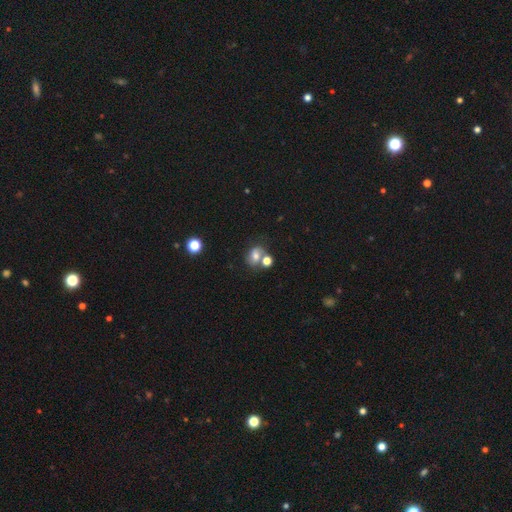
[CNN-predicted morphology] Smooth or featured? Predicted: smooth (p=0.58). How rounded? Predicted: in between (p=0.49, tied with round). Merging? Predicted: none (p=0.46).